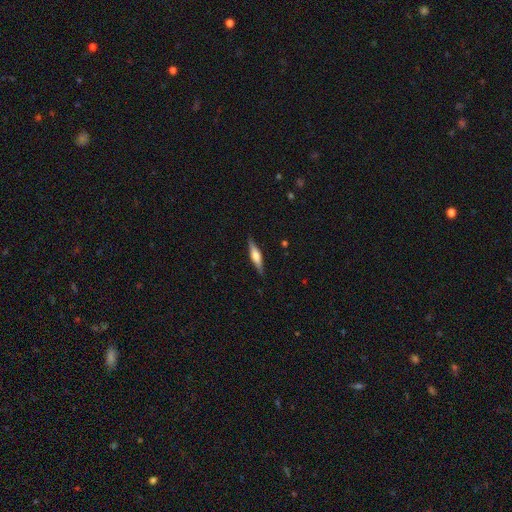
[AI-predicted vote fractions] smooth-or-featured: featured or disk: 58% | smooth: 36% | star or artifact: 6%
  disk-edge-on: yes: 96% | no: 4%
    edge-on-bulge: rounded: 81% | boxy: 15% | none: 5%
  merging: none: 88% | minor disturbance: 9% | major disturbance: 2% | merger: 1%